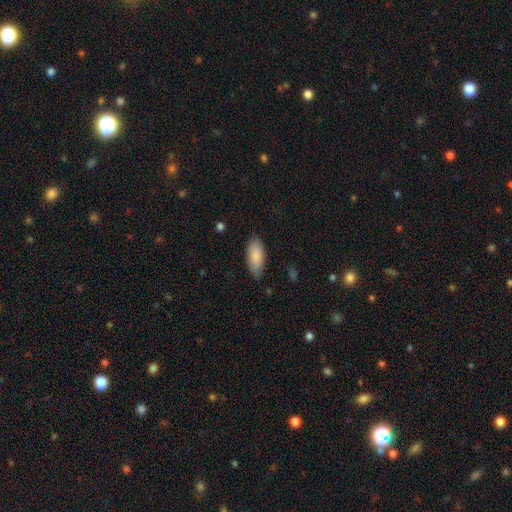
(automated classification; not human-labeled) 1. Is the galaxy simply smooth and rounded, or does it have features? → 85% smooth, 9% featured or disk, 6% star or artifact.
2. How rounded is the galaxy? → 87% in between, 12% cigar-shaped, 2% round.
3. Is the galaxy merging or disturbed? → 81% none, 16% minor disturbance, 3% major disturbance, 1% merger.